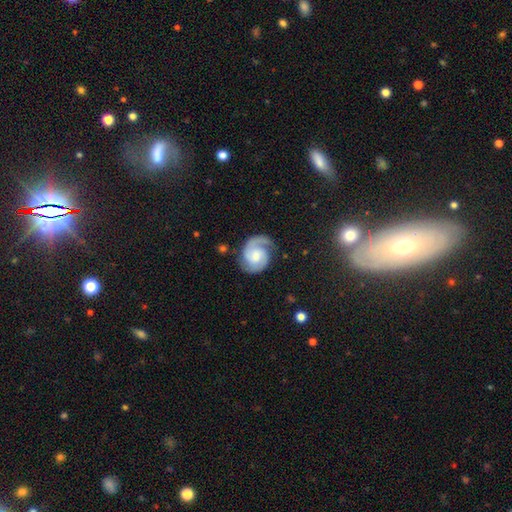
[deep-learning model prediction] Morphology: type=featured or disk (84%); edge-on=no (98%); bar=no (54%); spiral arms=yes (97%); winding=tight (45%); arm count=2 (80%); bulge=moderate (39%); merging=none (71%).